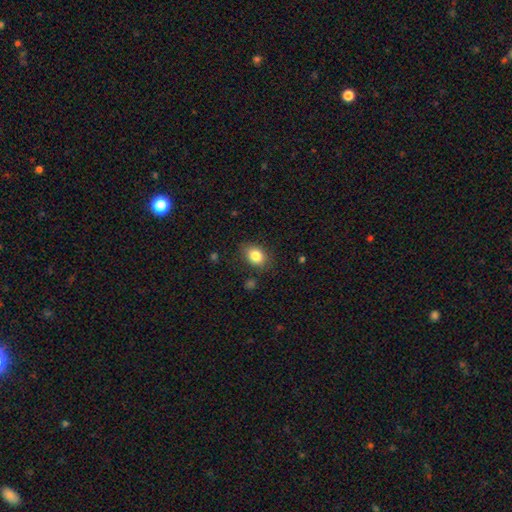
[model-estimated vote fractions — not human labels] smooth 84%, star or artifact 9%, featured or disk 7%. Down the decision tree: how rounded — in between (68%); merging — none (81%).